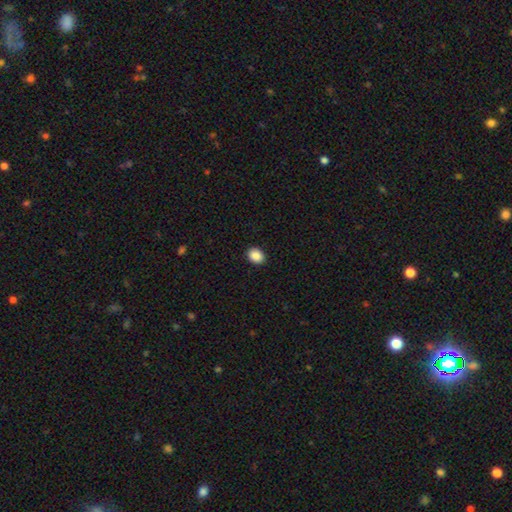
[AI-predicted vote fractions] Smooth or featured: smooth — 89% (star or artifact — 8%)
How rounded: in between — 55% (round — 44%)
Merging: none — 92% (minor disturbance — 6%)